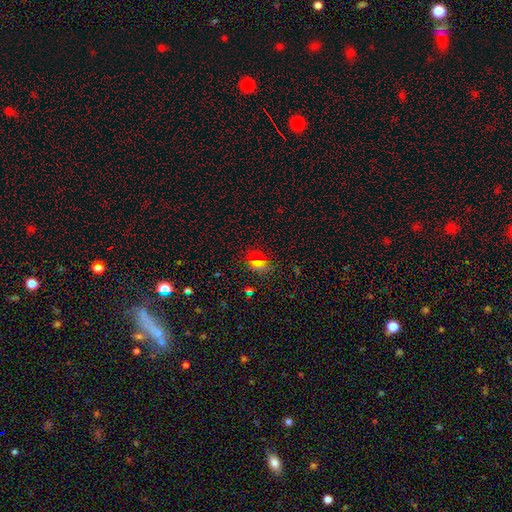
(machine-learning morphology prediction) Smooth or featured: smooth — 60% (star or artifact — 31%)
How rounded: round — 48% (in between — 47%)
Merging: none — 83% (minor disturbance — 10%)